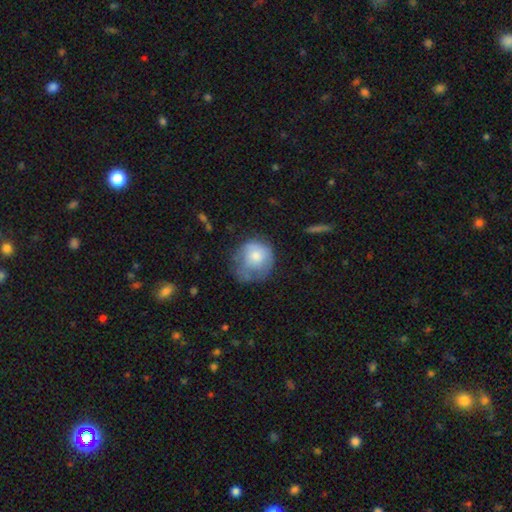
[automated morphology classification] Smooth or featured?
  - smooth: 68% *
  - featured or disk: 24%
  - star or artifact: 8%
How rounded?
  - round: 77% *
  - in between: 22%
  - cigar-shaped: 1%
Merging?
  - none: 35% *
  - minor disturbance: 34%
  - major disturbance: 28%
  - merger: 3%